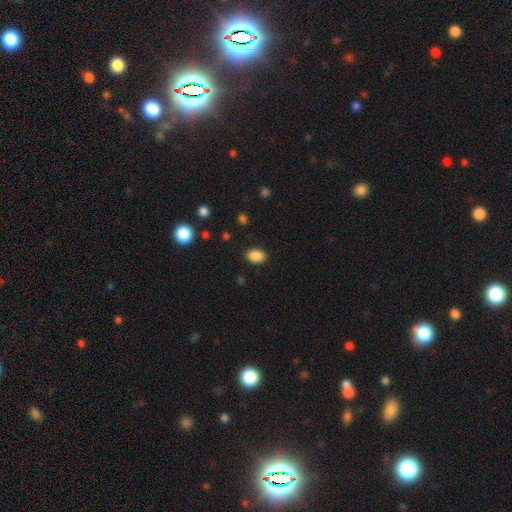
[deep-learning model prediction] This is clearly a smooth galaxy (88%). How rounded: clearly in between (82%). Merging: clearly none (87%).